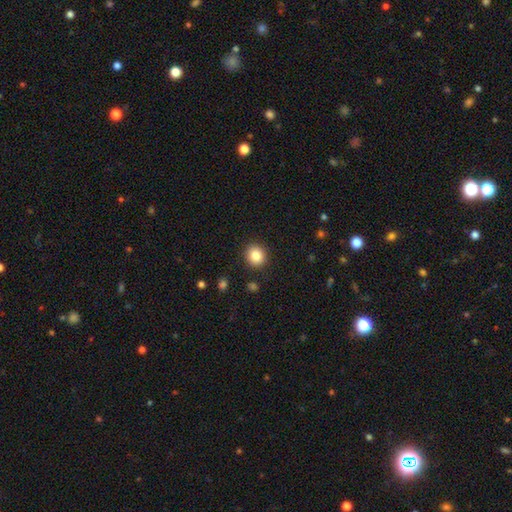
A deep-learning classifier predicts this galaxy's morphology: Overall: smooth (84%). How rounded: round (87%). Merging: none (90%).